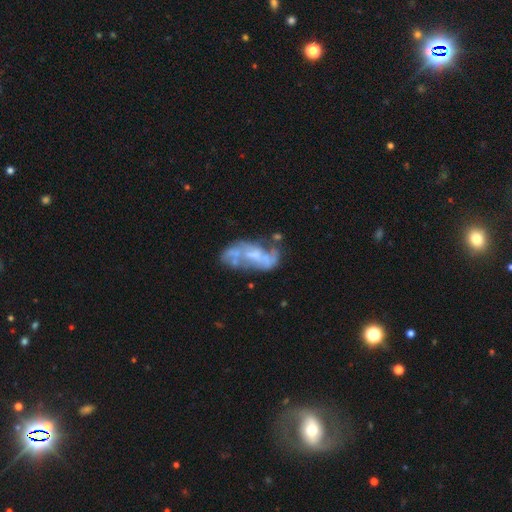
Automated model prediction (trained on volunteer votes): Smooth or featured: featured or disk — 72% (smooth — 19%)
Edge-on disk: no — 95% (yes — 5%)
Bar: no — 60% (weak — 30%)
Spiral arms: yes — 50% (tied with no — 50%)
Bulge size: small — 33% (none — 32%)
Merging: none — 41% (major disturbance — 22%)